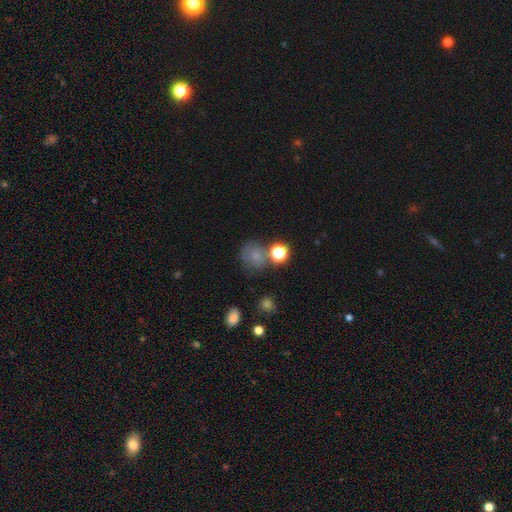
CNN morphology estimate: smooth_or_featured: smooth (p=0.72) [alt: star or artifact p=0.15]
how_rounded: round (p=0.77) [alt: in between p=0.22]
merging: none (p=0.55) [alt: minor disturbance p=0.18]